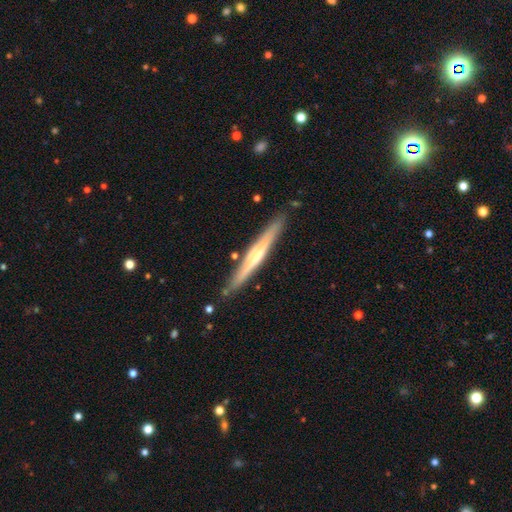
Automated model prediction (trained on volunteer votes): Q: Smooth or featured?
A: featured or disk (58%); runner-up: smooth (37%)
Q: Edge-on disk?
A: yes (97%); runner-up: no (3%)
Q: Edge-on bulge?
A: rounded (53%); runner-up: none (37%)
Q: Merging?
A: none (87%); runner-up: minor disturbance (9%)